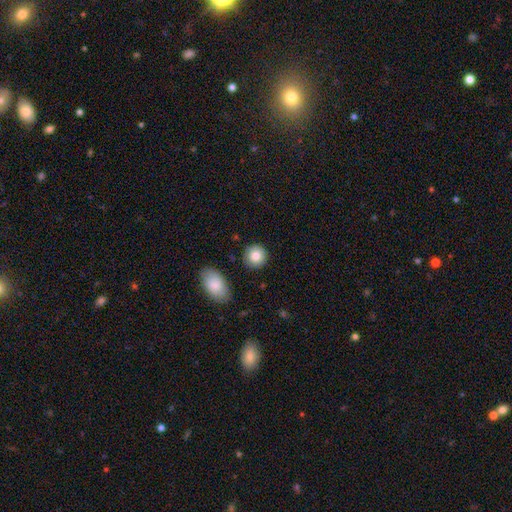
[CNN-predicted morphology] A smooth galaxy with no disk features (84%) that is round (89%). Merging: none (87%).